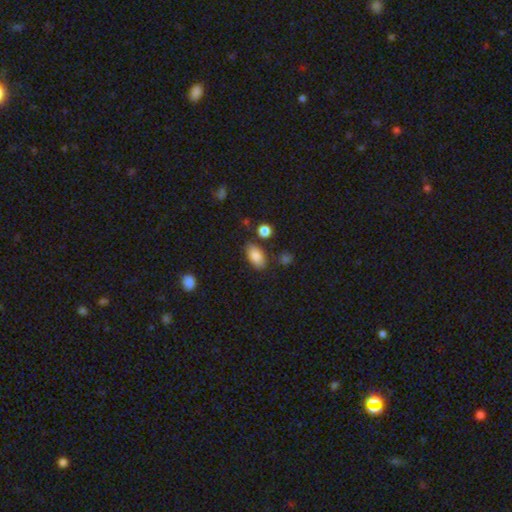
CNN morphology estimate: Smooth or featured?
  - smooth: 85% *
  - star or artifact: 8%
  - featured or disk: 7%
How rounded?
  - in between: 92% *
  - round: 5%
  - cigar-shaped: 3%
Merging?
  - none: 79% *
  - minor disturbance: 13%
  - merger: 4%
  - major disturbance: 4%